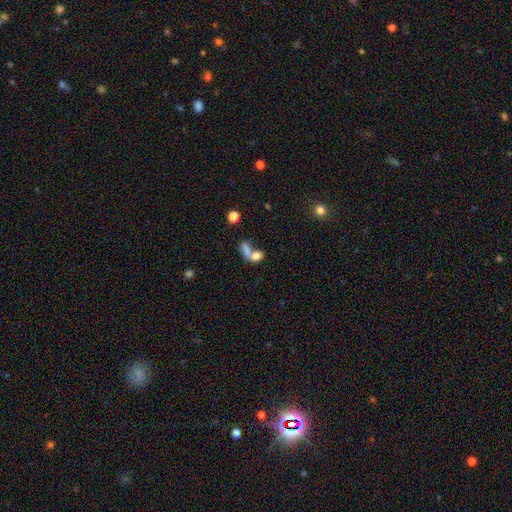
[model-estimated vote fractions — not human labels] A smooth galaxy with no disk features (73%) that is in between round and cigar-shaped (69%).

Vote fractions:
- Smooth or featured? smooth: 73% / featured or disk: 15% / star or artifact: 12%
- How rounded? in between: 69% / round: 26% / cigar-shaped: 5%
- Merging? merger: 61% / none: 24% / major disturbance: 8% / minor disturbance: 7%